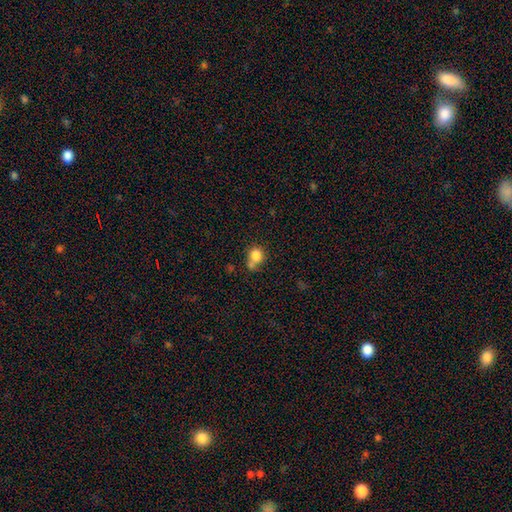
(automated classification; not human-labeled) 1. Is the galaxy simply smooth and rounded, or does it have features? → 81% smooth, 11% star or artifact, 8% featured or disk.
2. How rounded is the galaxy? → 75% round, 24% in between, 1% cigar-shaped.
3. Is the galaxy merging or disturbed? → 44% none, 30% merger, 18% minor disturbance, 8% major disturbance.